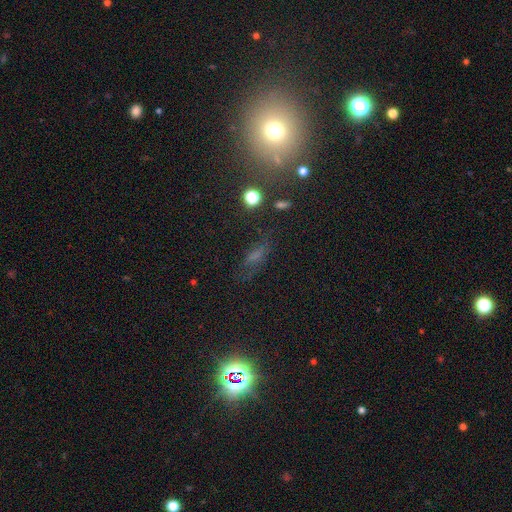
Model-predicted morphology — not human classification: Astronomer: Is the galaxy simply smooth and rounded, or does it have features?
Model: smooth — 44% (runner-up: star or artifact, 33%).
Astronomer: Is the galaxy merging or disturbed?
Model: none — 62%.